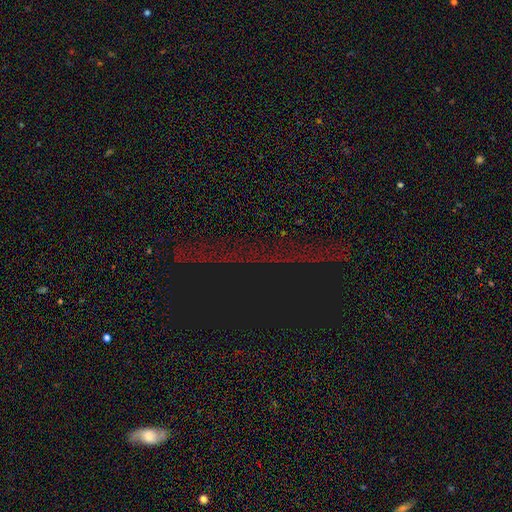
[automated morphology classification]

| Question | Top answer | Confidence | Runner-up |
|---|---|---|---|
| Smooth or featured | star or artifact | 82% | featured or disk (9%) |